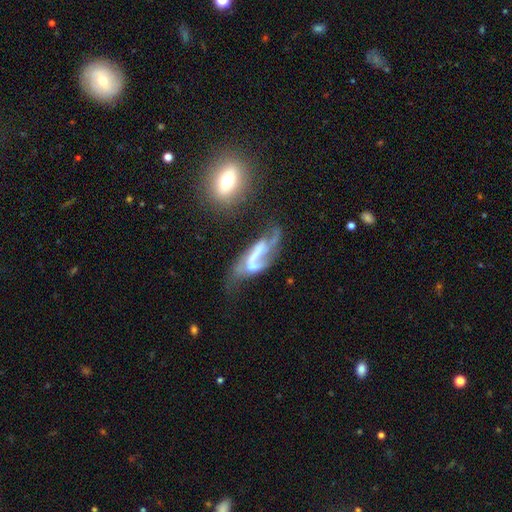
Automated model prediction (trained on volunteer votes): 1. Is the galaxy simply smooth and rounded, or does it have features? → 76% featured or disk, 15% smooth, 9% star or artifact.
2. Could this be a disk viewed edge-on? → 92% no, 8% yes.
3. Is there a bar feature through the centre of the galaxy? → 35% no, 34% strong, 31% weak.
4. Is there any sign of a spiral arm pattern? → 81% yes, 19% no.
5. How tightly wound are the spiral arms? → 63% loose, 28% medium, 10% tight.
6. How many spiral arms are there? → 67% 2, 18% 1, 9% can't tell, 3% 3, 2% 4, 2% more than 4.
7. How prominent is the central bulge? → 54% none, 24% small, 14% moderate, 5% large, 2% dominant.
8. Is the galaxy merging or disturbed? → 36% major disturbance, 31% none, 19% minor disturbance, 14% merger.